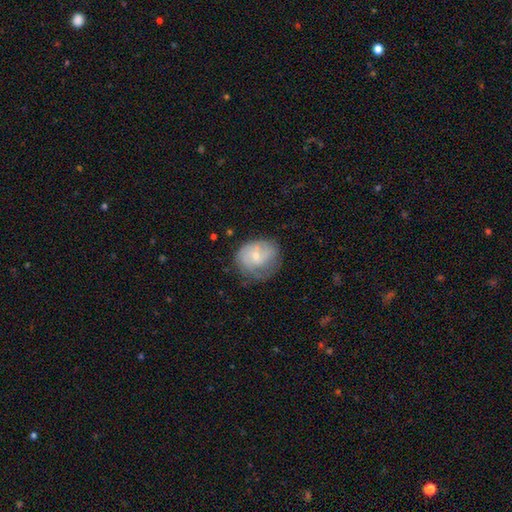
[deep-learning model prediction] The model was most divided on "smooth or featured": featured or disk: 49%, smooth: 43%, star or artifact: 8%. More confident: merging — none (54%).